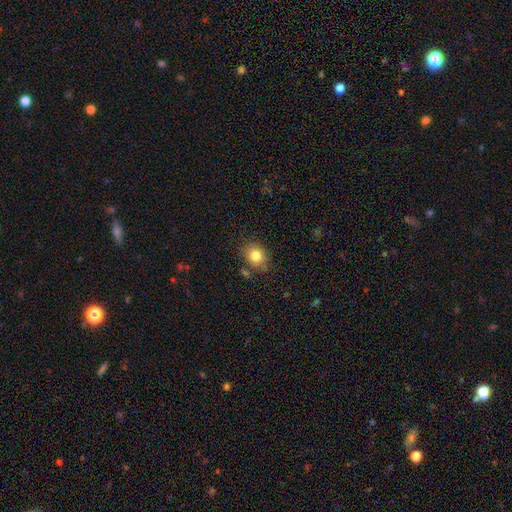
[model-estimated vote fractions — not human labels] Smooth or featured?
  - smooth: 81% *
  - star or artifact: 10%
  - featured or disk: 9%
How rounded?
  - round: 57% *
  - in between: 42%
  - cigar-shaped: 1%
Merging?
  - none: 78% *
  - minor disturbance: 14%
  - merger: 5%
  - major disturbance: 4%